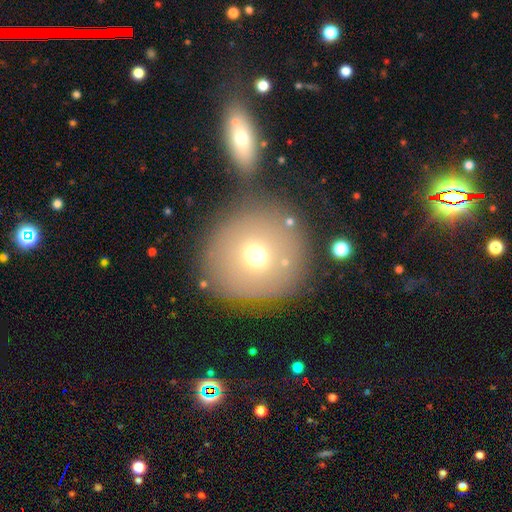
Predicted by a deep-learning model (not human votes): smooth_or_featured: smooth (p=0.66) [alt: featured or disk p=0.18]
how_rounded: round (p=0.90) [alt: in between p=0.09]
merging: none (p=0.74) [alt: minor disturbance p=0.11]